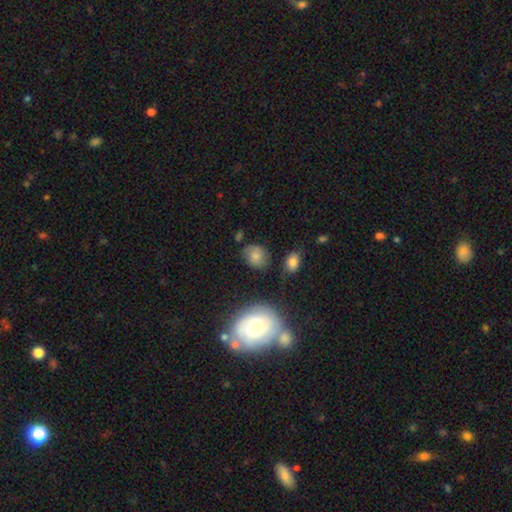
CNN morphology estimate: smooth-or-featured: smooth: 75% | featured or disk: 13% | star or artifact: 12%
  how-rounded: round: 62% | in between: 37% | cigar-shaped: 1%
  merging: none: 67% | minor disturbance: 22% | major disturbance: 7% | merger: 4%